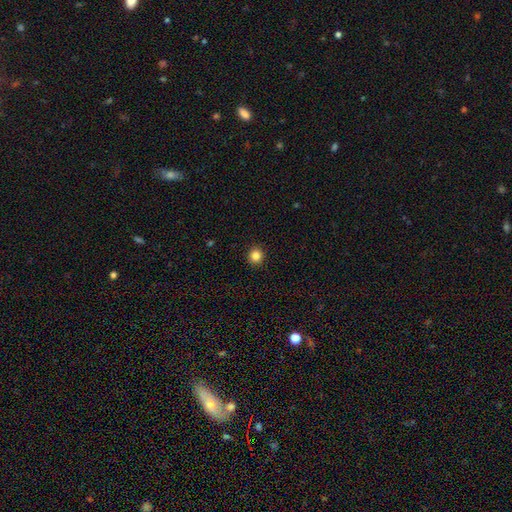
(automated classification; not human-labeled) Overall: smooth (84%). How rounded: round (93%). Merging: none (93%).